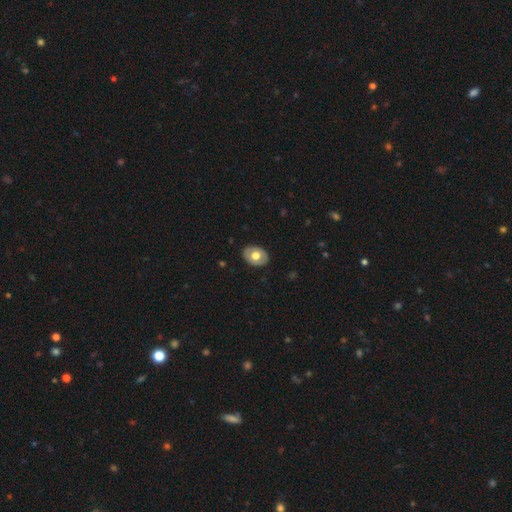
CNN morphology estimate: Smooth or featured: smooth — 56% (featured or disk — 39%)
How rounded: in between — 73% (round — 26%)
Merging: none — 85% (minor disturbance — 12%)